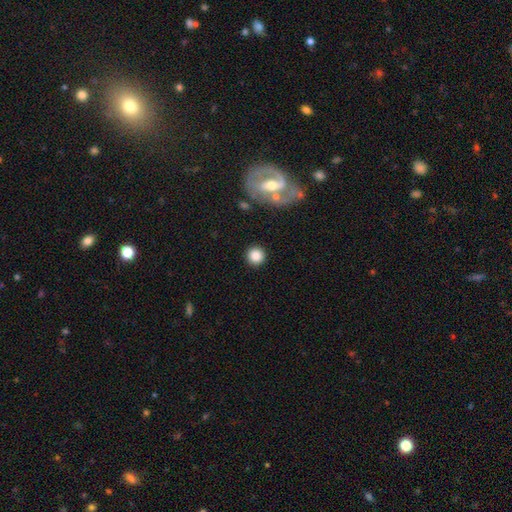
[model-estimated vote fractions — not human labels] The model was most divided on "smooth or featured": smooth: 85%, star or artifact: 9%, featured or disk: 7%. More confident: how rounded — round (93%); merging — none (87%).